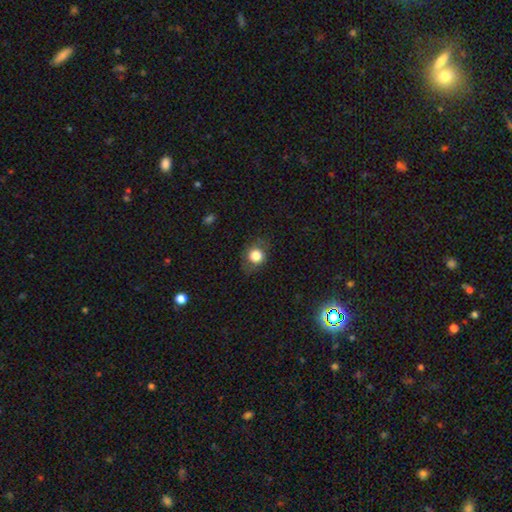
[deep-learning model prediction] Smooth or featured? Predicted: smooth (p=0.80). How rounded? Predicted: round (p=0.75). Merging? Predicted: none (p=0.75).